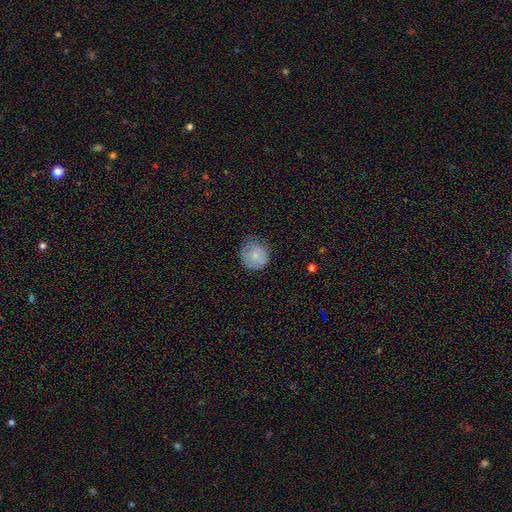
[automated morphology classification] A smooth galaxy with no disk features (76%) that is round (87%). Merging: none (66%).